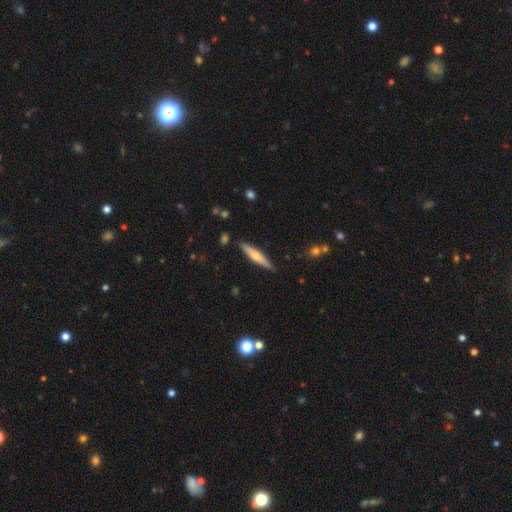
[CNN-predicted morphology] smooth 56%, featured or disk 38%, star or artifact 6%. Down the decision tree: how rounded — cigar-shaped (89%); merging — none (88%).